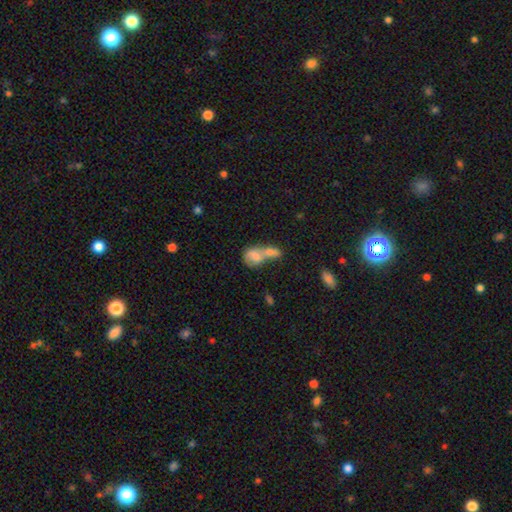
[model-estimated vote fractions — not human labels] Smooth or featured: smooth — 70% (featured or disk — 21%)
How rounded: in between — 71% (round — 25%)
Merging: merger — 73% (none — 14%)